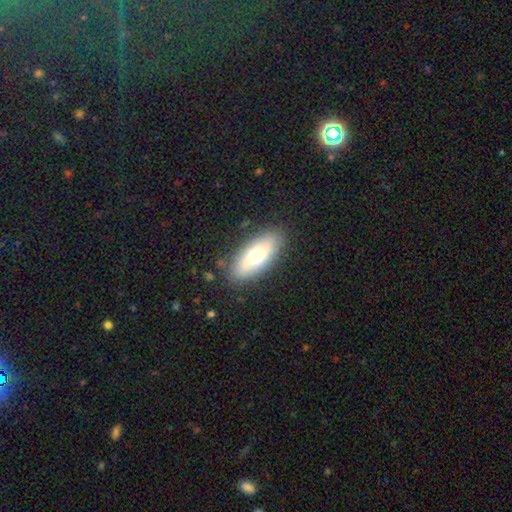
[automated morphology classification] A smooth galaxy with no disk features (67%) that is in between round and cigar-shaped (79%). Merging: none (85%).